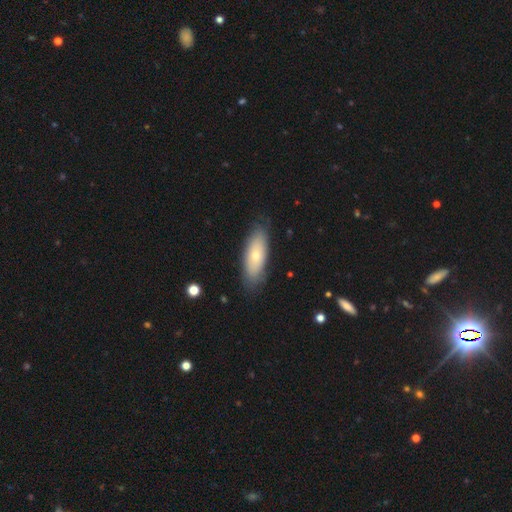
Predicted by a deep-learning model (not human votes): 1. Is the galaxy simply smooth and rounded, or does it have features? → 65% smooth, 29% featured or disk, 6% star or artifact.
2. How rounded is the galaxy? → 72% in between, 26% cigar-shaped, 3% round.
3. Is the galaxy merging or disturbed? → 81% none, 14% minor disturbance, 3% major disturbance, 1% merger.